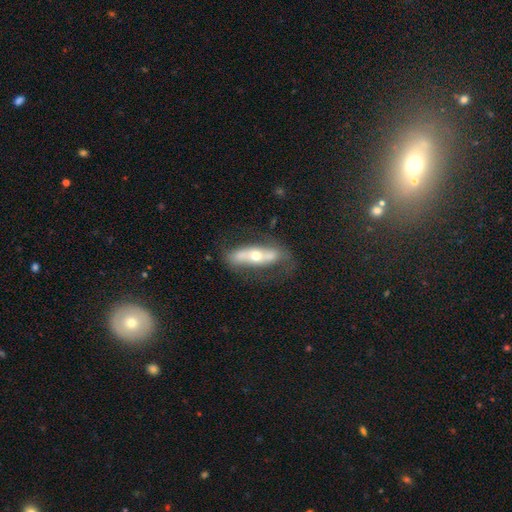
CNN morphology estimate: Smooth or featured? Predicted: featured or disk (p=0.63). Edge-on disk? Predicted: no (p=0.61). Merging? Predicted: none (p=0.64).